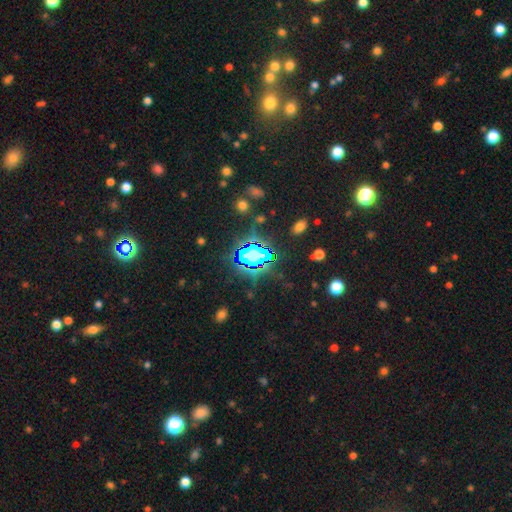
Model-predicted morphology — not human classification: smooth_or_featured: star or artifact (p=0.73) [alt: smooth p=0.17]